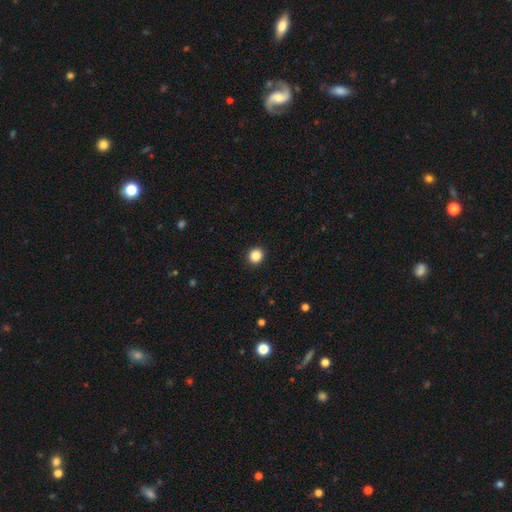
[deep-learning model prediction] smooth-or-featured: smooth: 88% | star or artifact: 10% | featured or disk: 3%
  how-rounded: round: 88% | in between: 11% | cigar-shaped: 1%
  merging: none: 92% | minor disturbance: 5% | major disturbance: 2% | merger: 1%